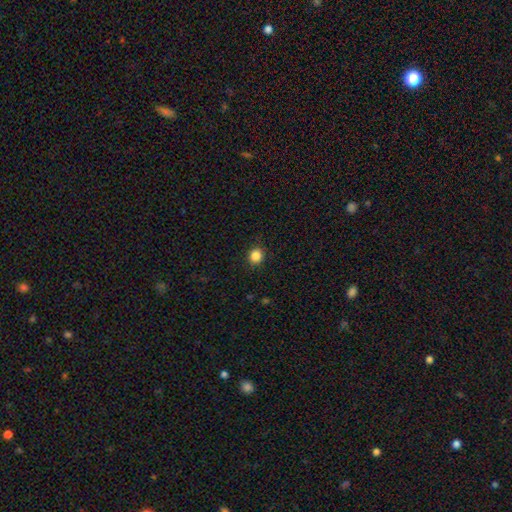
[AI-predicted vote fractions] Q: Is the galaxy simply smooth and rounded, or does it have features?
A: smooth — 86%.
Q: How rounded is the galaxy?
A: round — 84%.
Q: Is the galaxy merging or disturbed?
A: none — 90%.